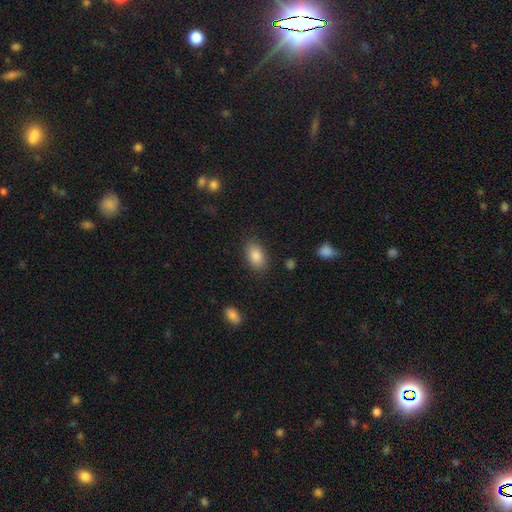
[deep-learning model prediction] A smooth galaxy with no disk features (87%) that is in between round and cigar-shaped (91%). Merging: none (84%).